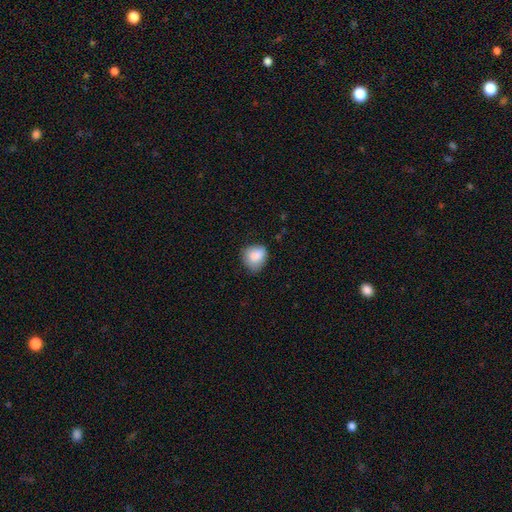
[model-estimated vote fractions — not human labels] The model was most divided on "merging": none: 57%, minor disturbance: 34%, major disturbance: 8%, merger: 2%. More confident: smooth or featured — smooth (85%); how rounded — round (61%).